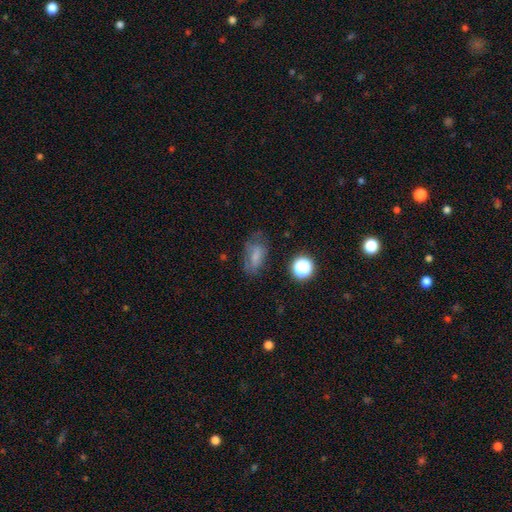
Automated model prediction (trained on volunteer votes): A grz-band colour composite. It shows a smooth galaxy with no disk features (63%) that is in between round and cigar-shaped (84%). Merging: none (57%).